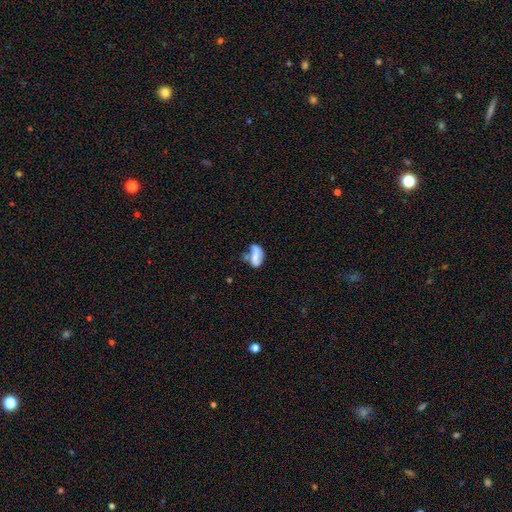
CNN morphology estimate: The model was most divided on "merging": none: 37%, minor disturbance: 30%, major disturbance: 18%, merger: 15%. More confident: how rounded — in between (86%); smooth or featured — smooth (58%).